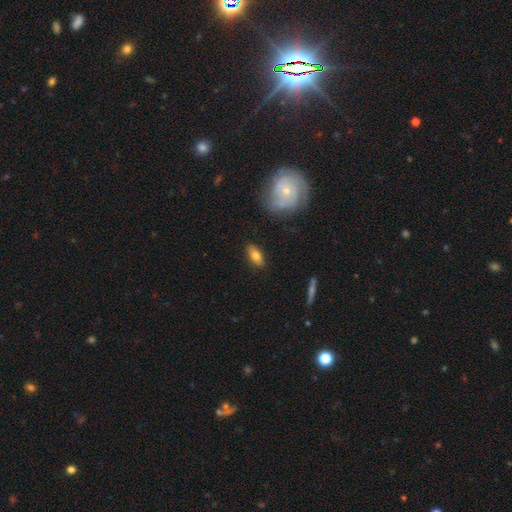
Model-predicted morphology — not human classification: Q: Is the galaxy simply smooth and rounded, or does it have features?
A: smooth — 74%.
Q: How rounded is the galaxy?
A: in between — 82%.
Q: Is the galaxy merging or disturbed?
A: none — 85%.